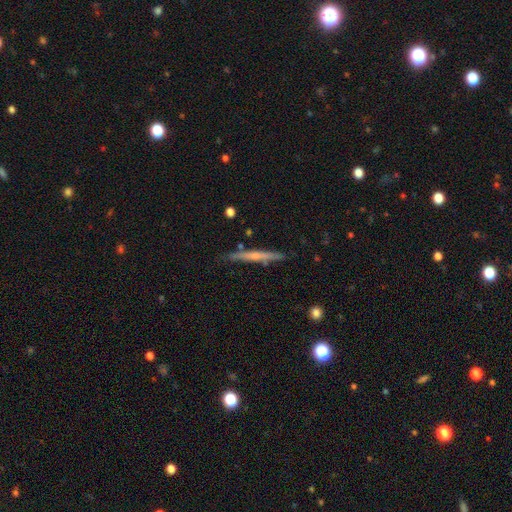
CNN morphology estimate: Smooth or featured? featured or disk (58%)
Edge-on disk? yes (96%)
Edge-on bulge? rounded (48%)
Merging? none (85%)